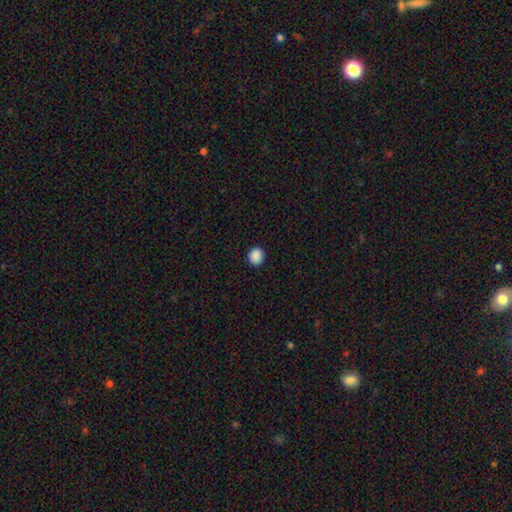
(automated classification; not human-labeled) Q: Smooth or featured?
A: smooth (89%); runner-up: star or artifact (9%)
Q: How rounded?
A: round (79%); runner-up: in between (20%)
Q: Merging?
A: none (90%); runner-up: minor disturbance (7%)